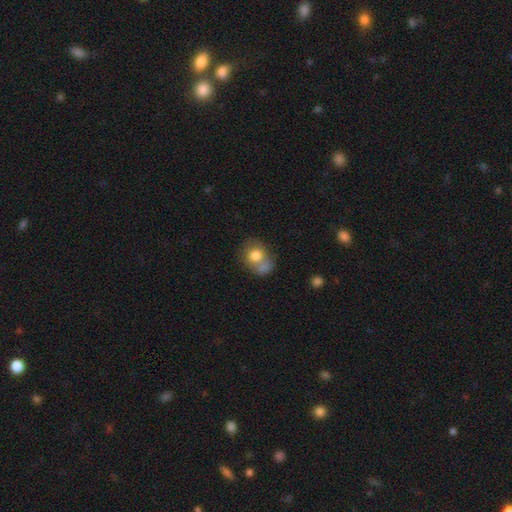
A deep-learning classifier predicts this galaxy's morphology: Smooth or featured? Predicted: smooth (p=0.75). How rounded? Predicted: round (p=0.57). Merging? Predicted: merger (p=0.42).